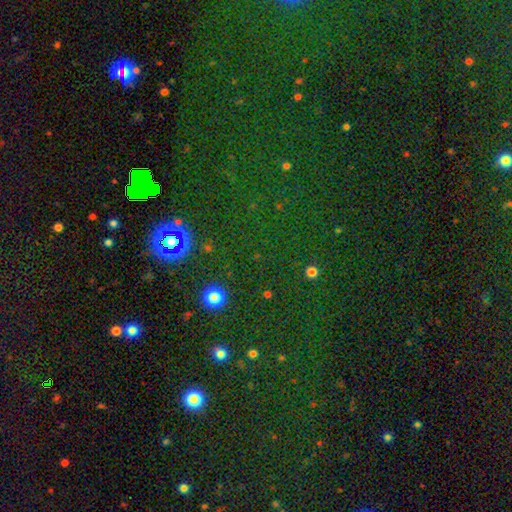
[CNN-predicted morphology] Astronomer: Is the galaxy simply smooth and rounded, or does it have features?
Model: star or artifact — 74%.